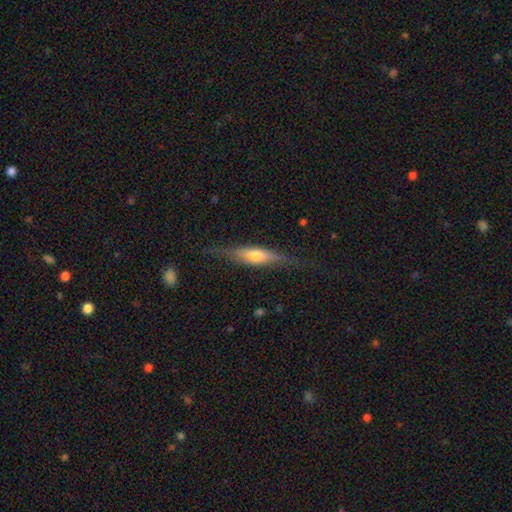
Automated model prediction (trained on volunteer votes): Smooth or featured? Predicted: featured or disk (p=0.60). Edge-on disk? Predicted: yes (p=0.92). Edge-on bulge? Predicted: rounded (p=0.81). Merging? Predicted: none (p=0.76).